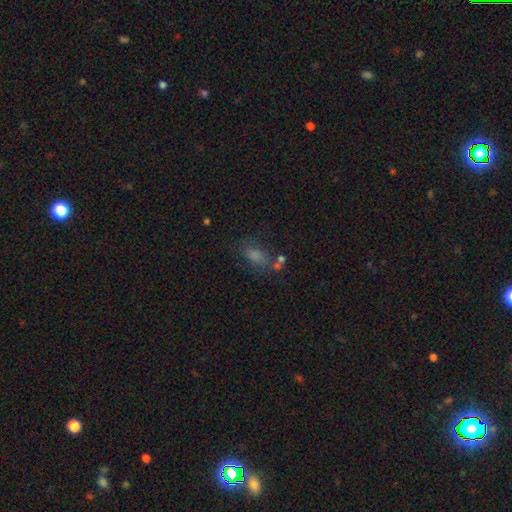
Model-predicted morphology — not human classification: Smooth or featured: smooth — 67% (star or artifact — 18%)
How rounded: in between — 81% (round — 15%)
Merging: none — 52% (minor disturbance — 19%)